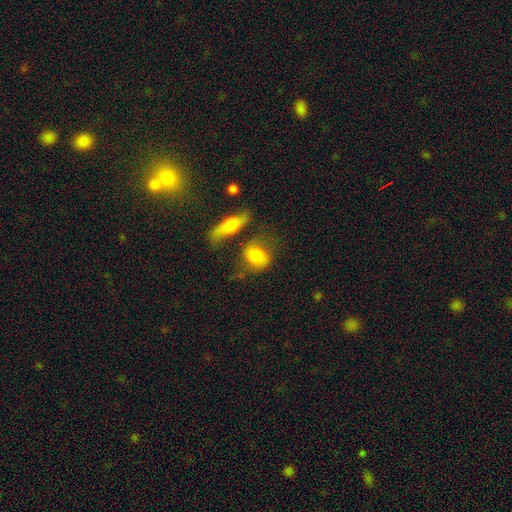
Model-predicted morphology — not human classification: This appears to be a smooth galaxy with no disk features (72%) that is in between round and cigar-shaped (49%). Merging: none (53%).